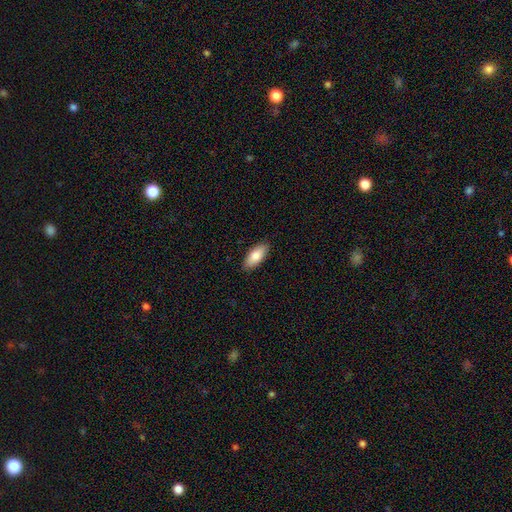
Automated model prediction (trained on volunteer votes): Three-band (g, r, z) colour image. It shows a smooth galaxy with no disk features (82%) that is in between round and cigar-shaped (86%). Merging: none (89%).